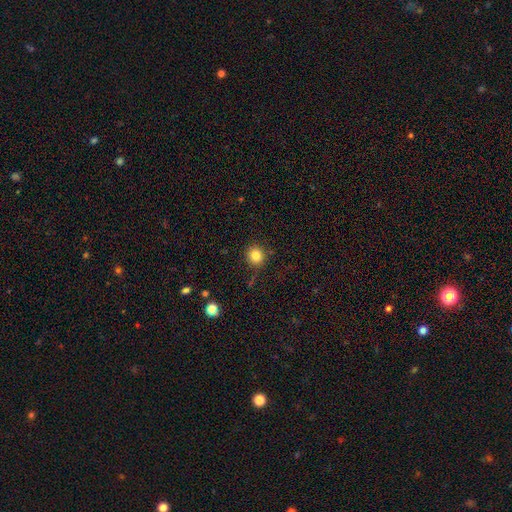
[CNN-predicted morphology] Smooth or featured: smooth — 83% (star or artifact — 11%)
How rounded: round — 89% (in between — 10%)
Merging: none — 85% (minor disturbance — 10%)